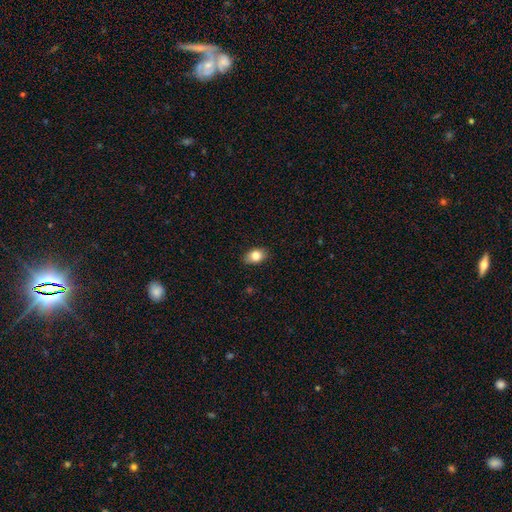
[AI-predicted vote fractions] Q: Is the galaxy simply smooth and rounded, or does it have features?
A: smooth — 82%.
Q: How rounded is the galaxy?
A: in between — 82%.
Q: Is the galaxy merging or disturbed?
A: none — 85%.